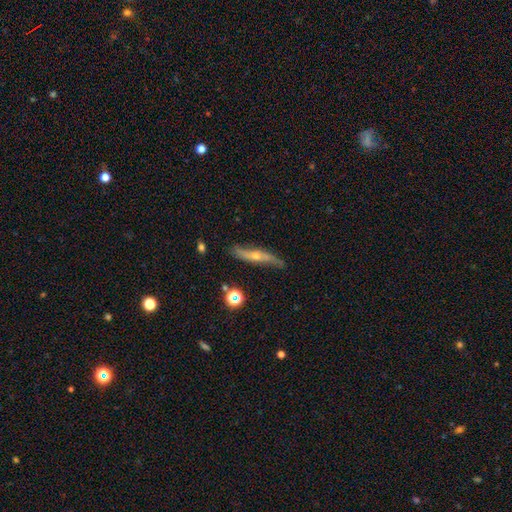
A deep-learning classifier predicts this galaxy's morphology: Smooth or featured?
  - featured or disk: 70% *
  - smooth: 22%
  - star or artifact: 8%
Edge-on disk?
  - yes: 61% *
  - no: 39%
Merging?
  - none: 72% *
  - minor disturbance: 21%
  - major disturbance: 5%
  - merger: 2%